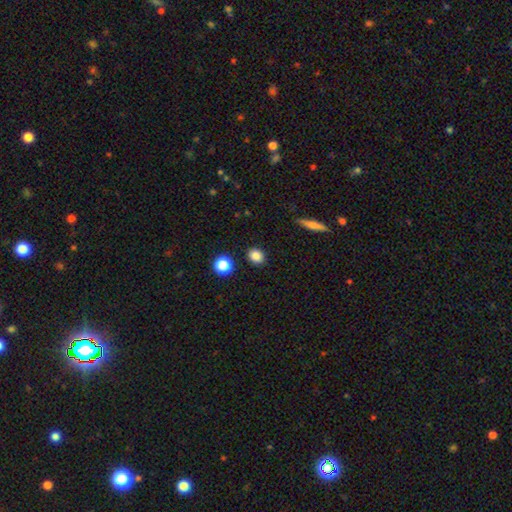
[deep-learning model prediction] Overall: smooth (84%). How rounded: round (64%; in between 34%). Merging: none (89%).